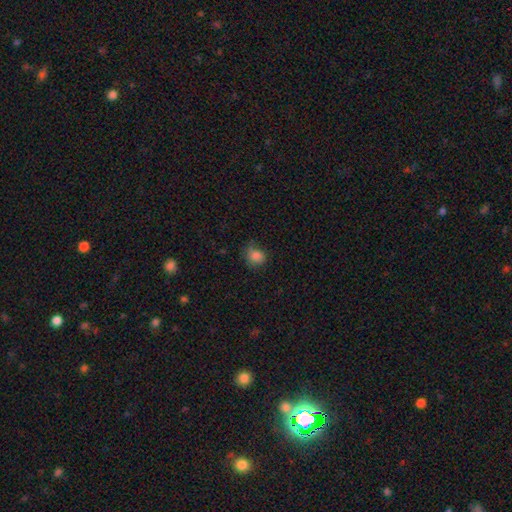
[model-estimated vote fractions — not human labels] Smooth or featured? smooth (84%)
How rounded? round (68%)
Merging? none (64%)